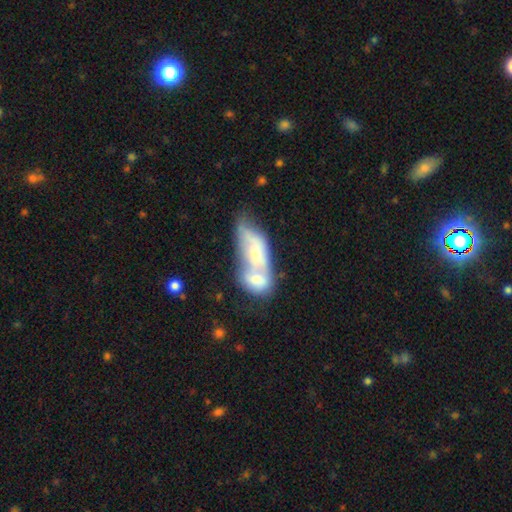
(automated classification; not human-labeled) A smooth galaxy with no disk features (49%). Merging: merger (76%).